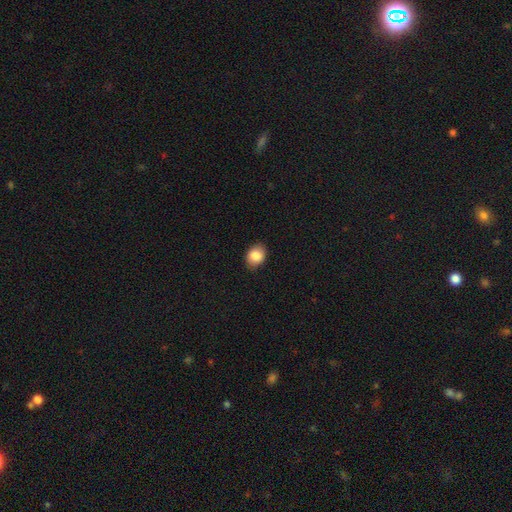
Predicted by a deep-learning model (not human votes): This appears to be a smooth galaxy with no disk features (85%) that is in between round and cigar-shaped (54%). Merging: none (86%).